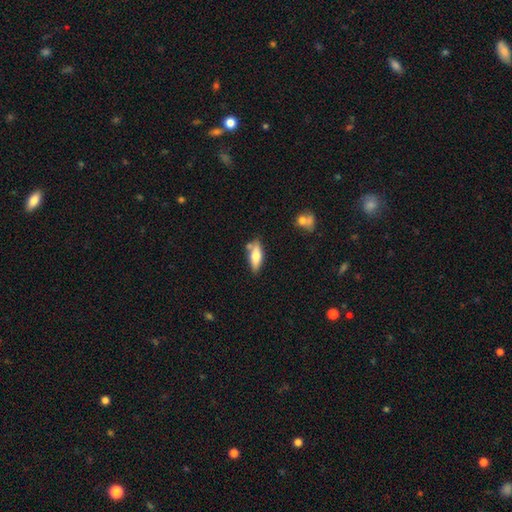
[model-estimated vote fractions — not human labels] Smooth or featured: smooth — 65% (featured or disk — 29%)
How rounded: in between — 55% (cigar-shaped — 42%)
Merging: none — 68% (minor disturbance — 17%)